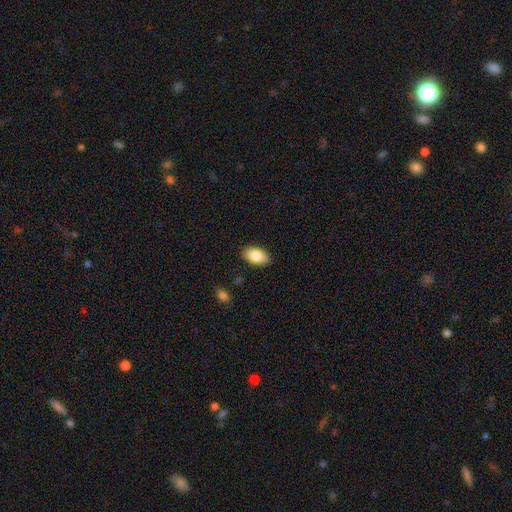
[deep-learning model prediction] This is clearly a smooth galaxy (84%). How rounded: clearly in between (92%). Merging: clearly none (88%).